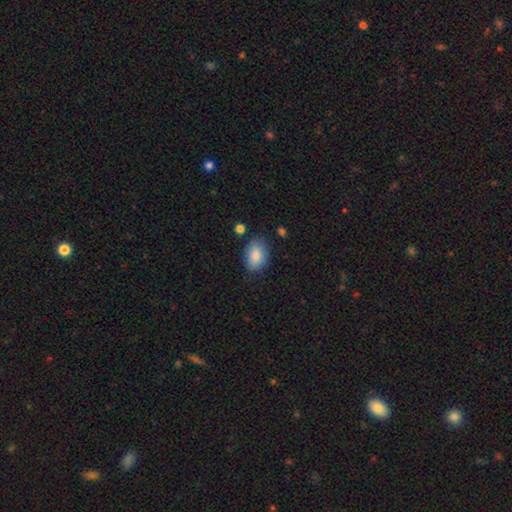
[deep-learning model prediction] Smooth or featured?
  - smooth: 87% *
  - star or artifact: 7%
  - featured or disk: 7%
How rounded?
  - in between: 87% *
  - round: 11%
  - cigar-shaped: 1%
Merging?
  - none: 75% *
  - minor disturbance: 18%
  - major disturbance: 4%
  - merger: 3%